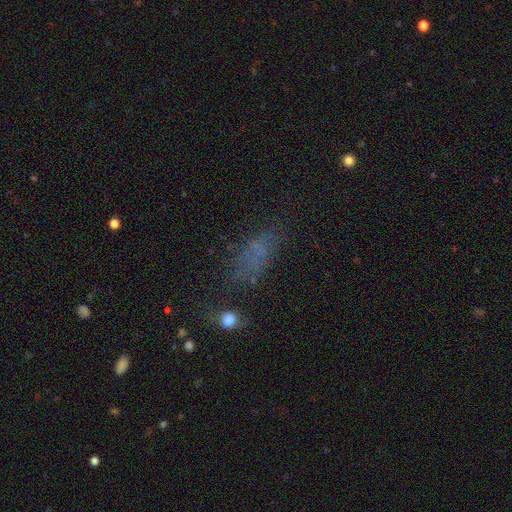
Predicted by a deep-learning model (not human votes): smooth 56%, star or artifact 26%, featured or disk 18%. Down the decision tree: how rounded — in between (70%); merging — none (53%).